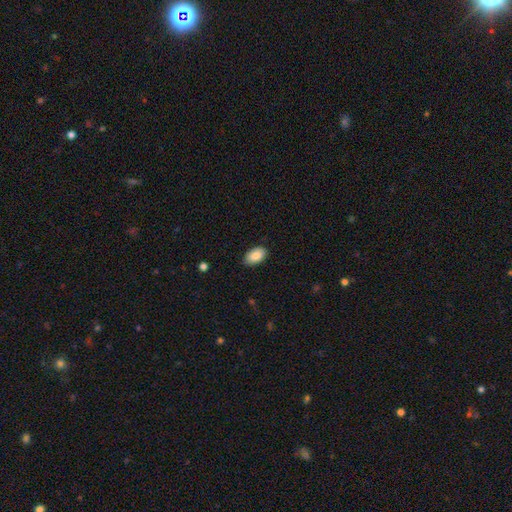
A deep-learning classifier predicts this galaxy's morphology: Smooth or featured? Predicted: smooth (p=0.87). How rounded? Predicted: in between (p=0.93). Merging? Predicted: none (p=0.85).